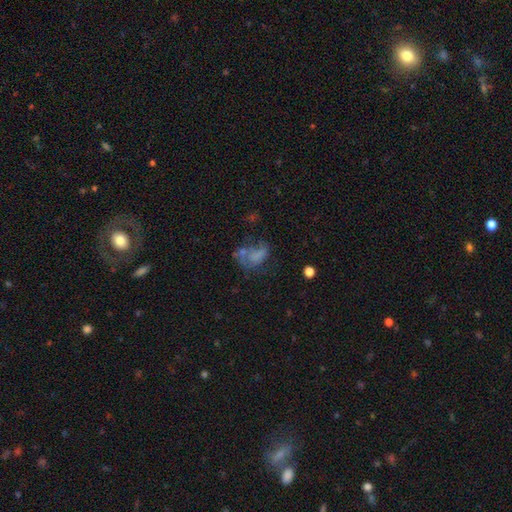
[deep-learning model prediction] smooth-or-featured: smooth: 45% | featured or disk: 39% | star or artifact: 17%
  merging: major disturbance: 36% | none: 26% | minor disturbance: 19% | merger: 19%